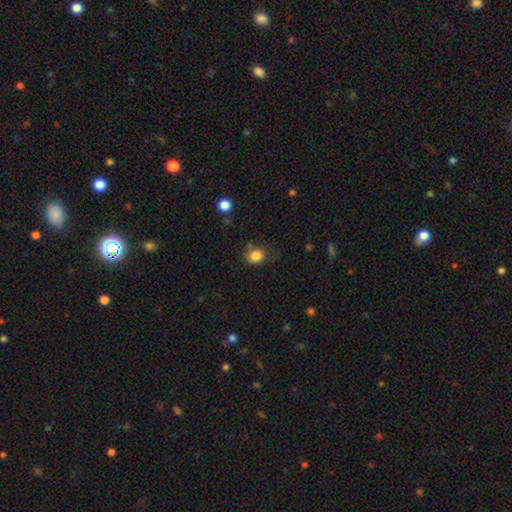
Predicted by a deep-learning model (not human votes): This is clearly a smooth galaxy (84%). How rounded: likely round (71%). Merging: likely none (73%).